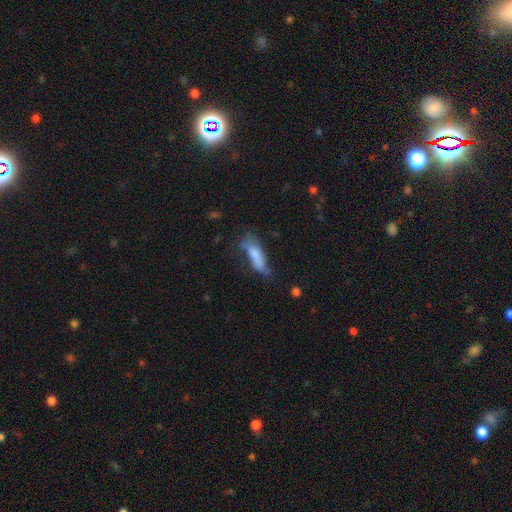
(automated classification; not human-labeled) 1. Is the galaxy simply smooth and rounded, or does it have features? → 71% smooth, 21% featured or disk, 8% star or artifact.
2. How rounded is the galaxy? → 50% in between, 48% cigar-shaped, 2% round.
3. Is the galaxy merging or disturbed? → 39% none, 32% minor disturbance, 24% major disturbance, 4% merger.